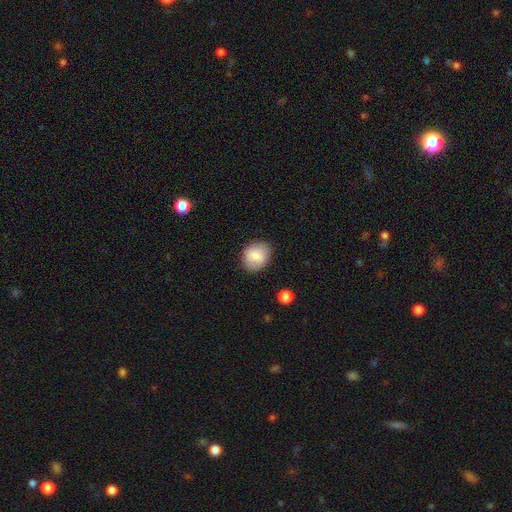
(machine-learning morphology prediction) This is likely a smooth galaxy (79%). How rounded: likely round (64%). Merging: clearly none (83%).